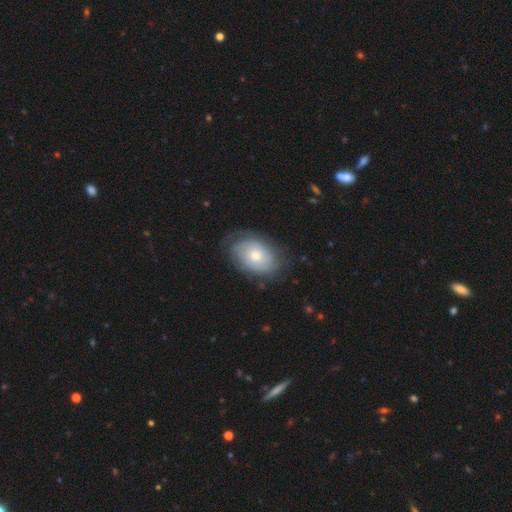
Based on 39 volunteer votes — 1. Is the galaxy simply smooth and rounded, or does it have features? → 64% smooth, 36% featured or disk, 0% star or artifact.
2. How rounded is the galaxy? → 88% in between, 12% round, 0% cigar-shaped.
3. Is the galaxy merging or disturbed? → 54% none, 26% minor disturbance, 21% major disturbance, 0% merger.